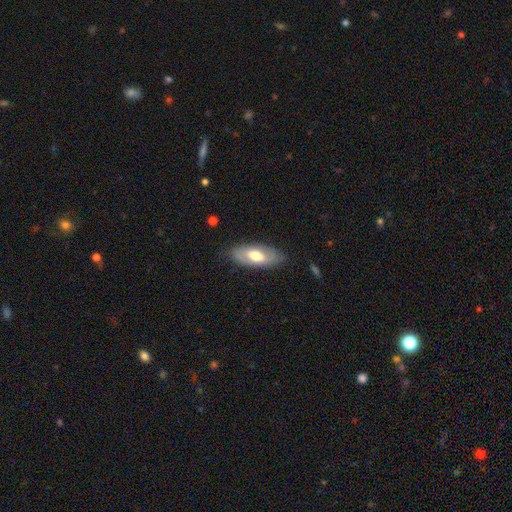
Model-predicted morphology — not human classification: smooth-or-featured: smooth: 56% | featured or disk: 38% | star or artifact: 6%
  how-rounded: in between: 84% | cigar-shaped: 13% | round: 3%
  merging: none: 81% | minor disturbance: 14% | major disturbance: 4% | merger: 1%